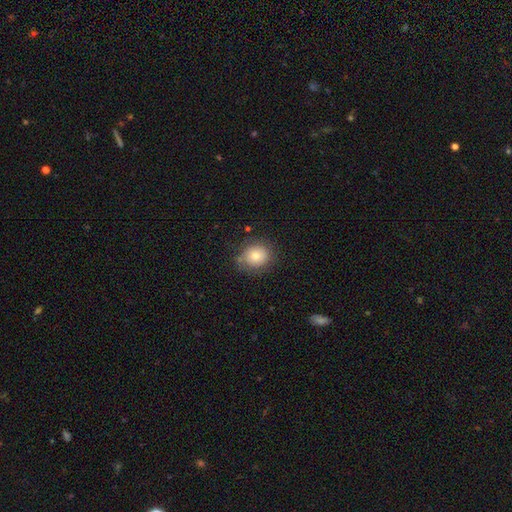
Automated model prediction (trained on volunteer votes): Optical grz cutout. It shows a smooth galaxy with no disk features (72%) that is round (74%). Merging: none (75%).